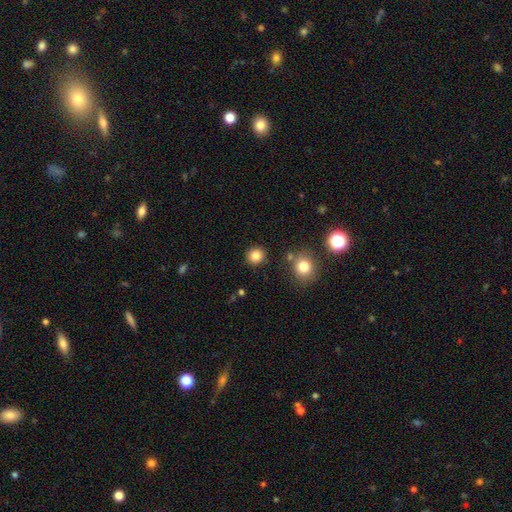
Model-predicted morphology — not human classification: Overall: smooth (83%). How rounded: round (90%). Merging: none (88%).